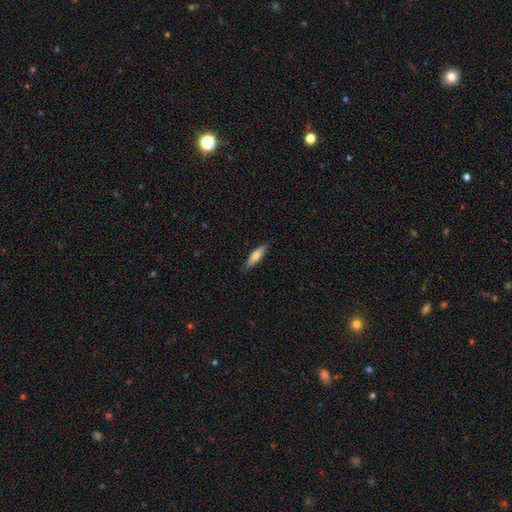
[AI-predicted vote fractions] smooth-or-featured: smooth: 66% | featured or disk: 28% | star or artifact: 6%
  how-rounded: cigar-shaped: 60% | in between: 38% | round: 2%
  merging: none: 85% | minor disturbance: 12% | major disturbance: 2% | merger: 1%